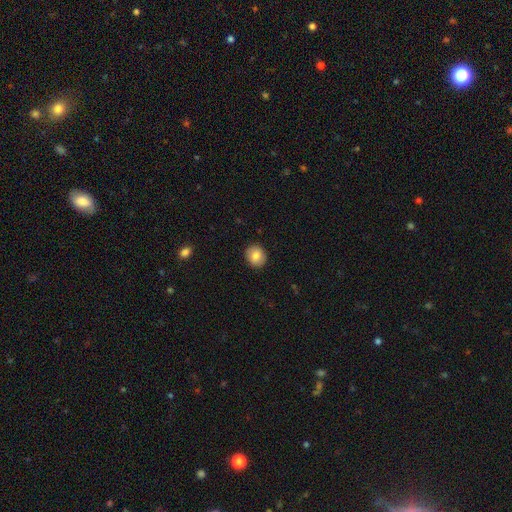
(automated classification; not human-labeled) Smooth or featured: smooth — 81% (featured or disk — 11%)
How rounded: round — 78% (in between — 21%)
Merging: none — 90% (minor disturbance — 7%)